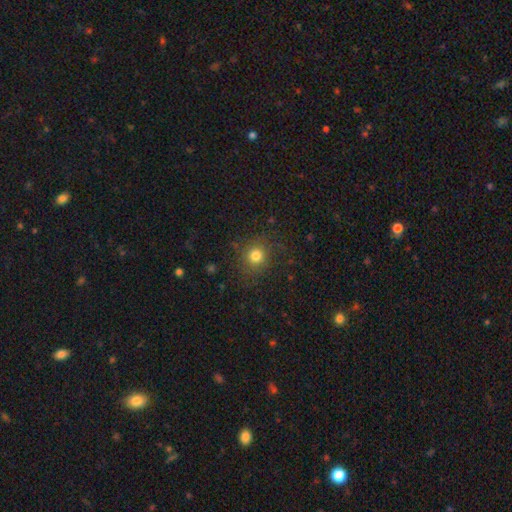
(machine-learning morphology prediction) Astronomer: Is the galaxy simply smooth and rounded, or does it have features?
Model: smooth — 79%.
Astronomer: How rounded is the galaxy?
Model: round — 89%.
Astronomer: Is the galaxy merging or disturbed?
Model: none — 85%.